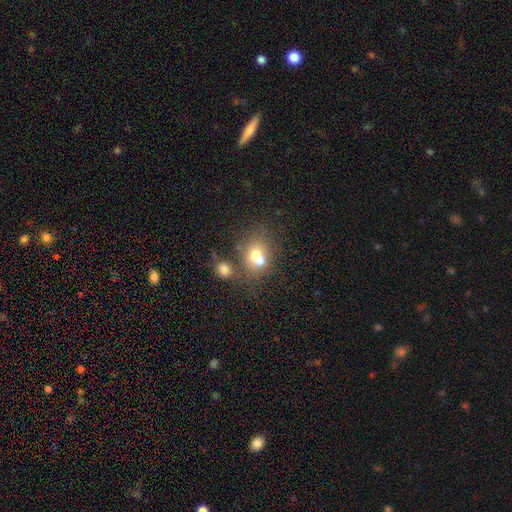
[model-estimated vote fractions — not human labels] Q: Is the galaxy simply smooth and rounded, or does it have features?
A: smooth — 65%.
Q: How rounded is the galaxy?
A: round — 57%.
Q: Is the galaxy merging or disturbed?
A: merger — 54%.